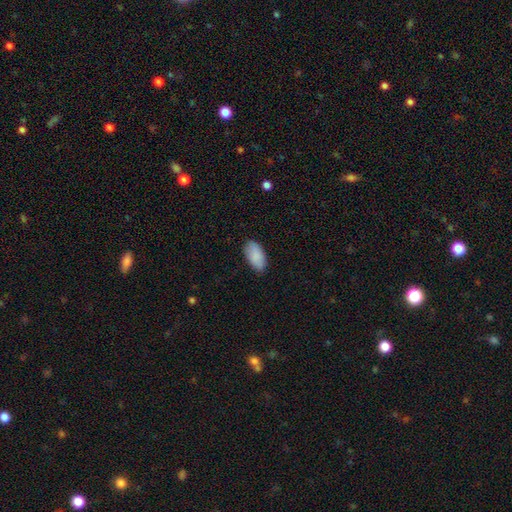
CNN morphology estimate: This is clearly a smooth galaxy (89%). How rounded: clearly in between (94%). Merging: clearly none (84%).